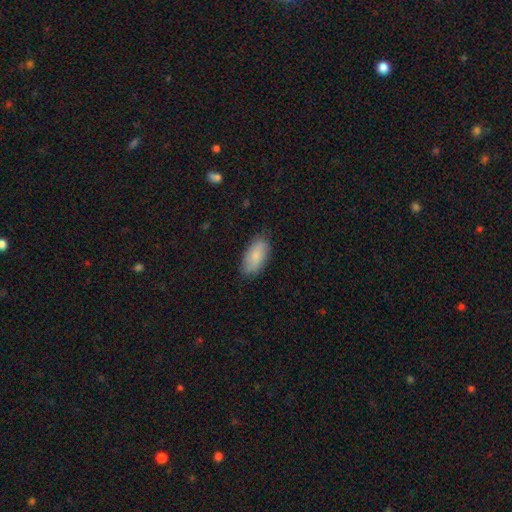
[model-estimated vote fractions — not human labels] Smooth or featured? smooth (82%)
How rounded? in between (91%)
Merging? none (82%)